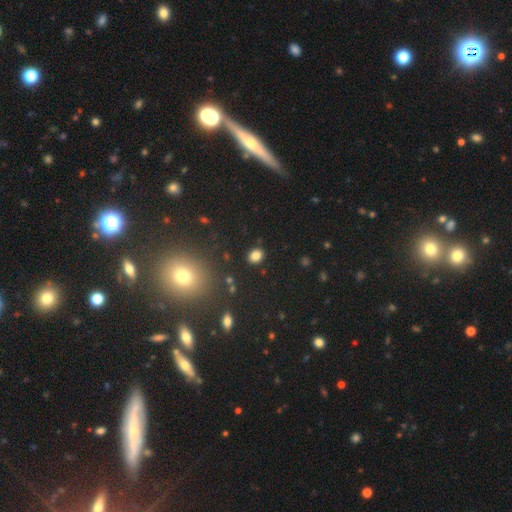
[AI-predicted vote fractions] Smooth or featured? Predicted: smooth (p=0.82). How rounded? Predicted: round (p=0.54). Merging? Predicted: none (p=0.87).